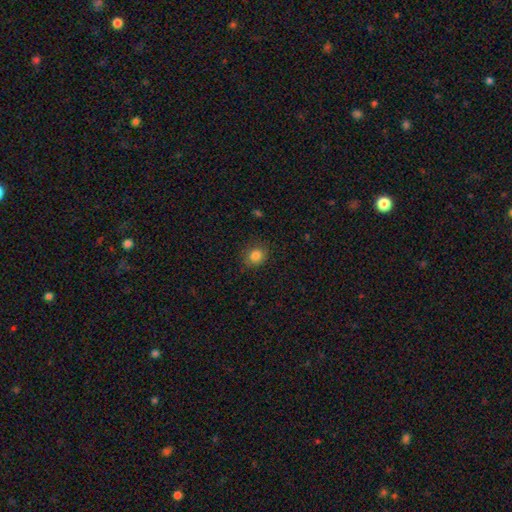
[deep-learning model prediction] Overall: smooth (84%). How rounded: round (75%). Merging: none (85%).